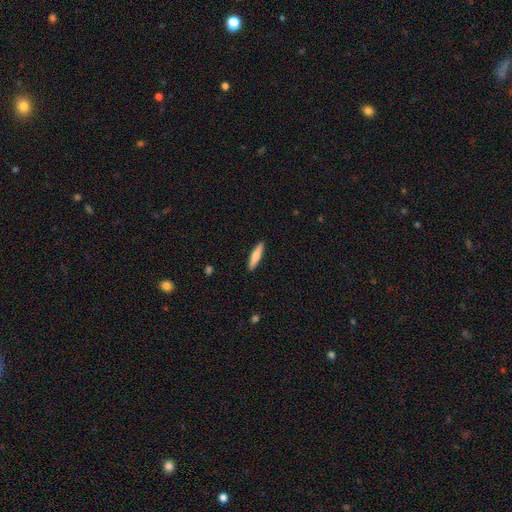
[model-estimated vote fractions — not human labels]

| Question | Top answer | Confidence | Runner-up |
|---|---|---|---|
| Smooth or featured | smooth | 69% | featured or disk (25%) |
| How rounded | cigar-shaped | 81% | in between (17%) |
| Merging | none | 91% | minor disturbance (7%) |